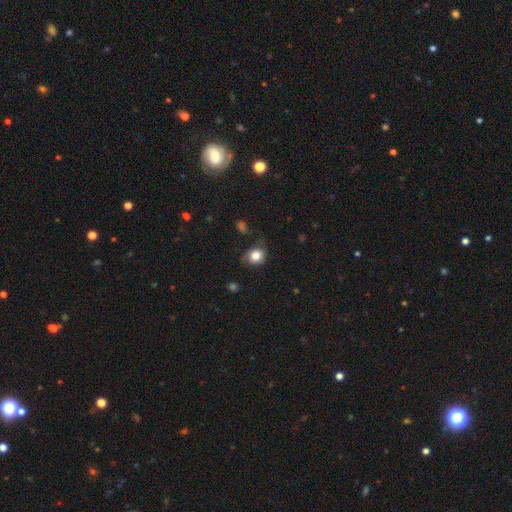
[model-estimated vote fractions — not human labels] This appears to be a smooth galaxy with no disk features (81%) that is round (61%). Merging: none (56%).